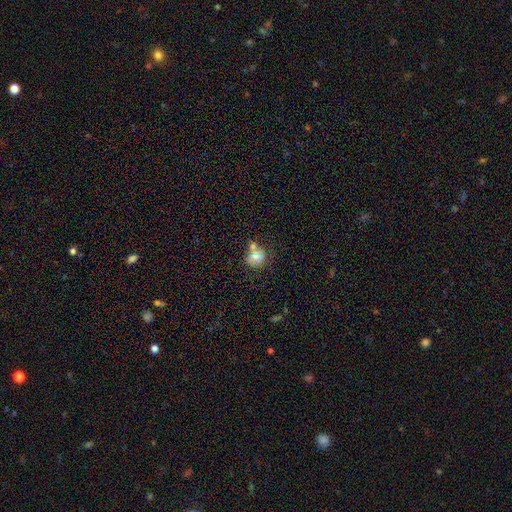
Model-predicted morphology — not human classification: smooth_or_featured: smooth (p=0.65) [alt: featured or disk p=0.25]
how_rounded: round (p=0.69) [alt: in between p=0.30]
merging: none (p=0.42) [alt: merger p=0.37]